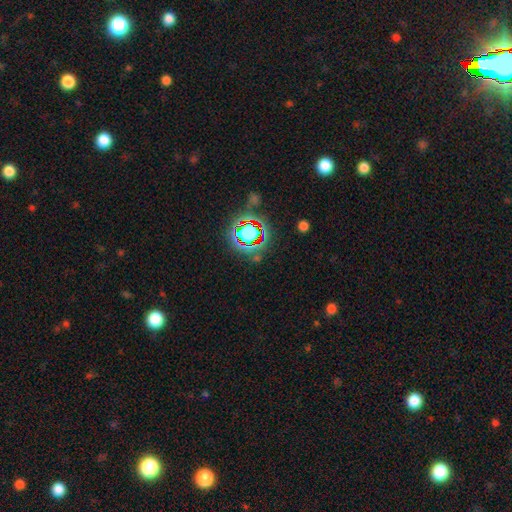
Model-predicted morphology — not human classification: Q: Smooth or featured?
A: star or artifact (74%); runner-up: smooth (16%)